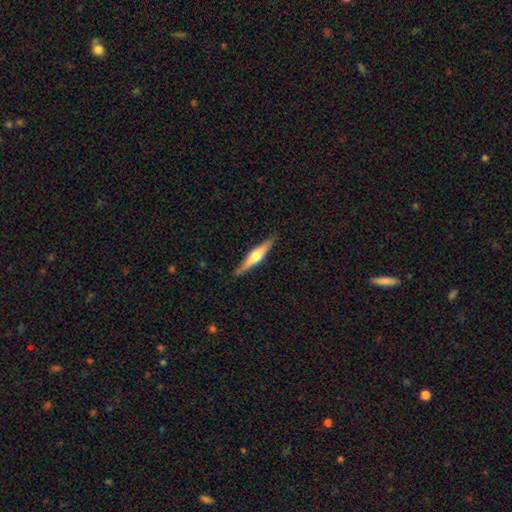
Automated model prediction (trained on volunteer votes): smooth_or_featured: featured or disk (p=0.62) [alt: smooth p=0.33]
disk_edge_on: yes (p=0.97) [alt: no p=0.03]
edge_on_bulge: rounded (p=0.90) [alt: boxy p=0.06]
merging: none (p=0.88) [alt: minor disturbance p=0.09]